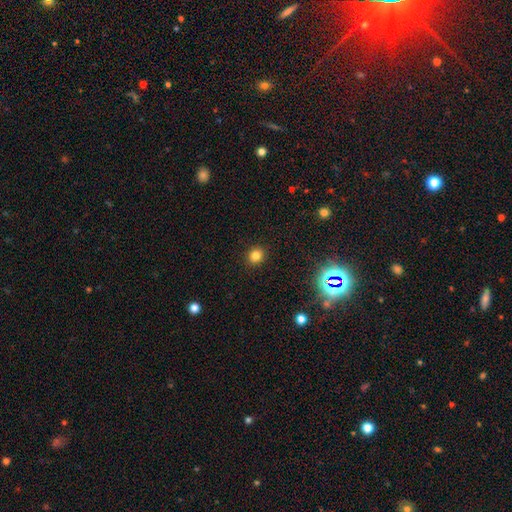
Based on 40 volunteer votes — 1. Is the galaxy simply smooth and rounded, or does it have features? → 88% smooth, 8% star or artifact, 5% featured or disk.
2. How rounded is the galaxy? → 86% round, 14% in between, 0% cigar-shaped.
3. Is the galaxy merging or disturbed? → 100% none, 0% minor disturbance, 0% major disturbance, 0% merger.